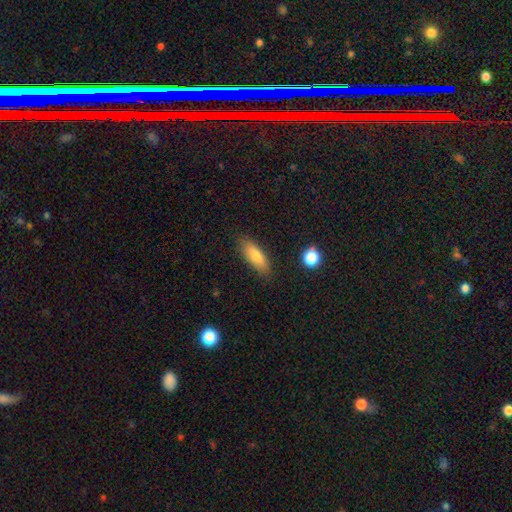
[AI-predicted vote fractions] Overall: smooth (78%). How rounded: in between (59%; cigar-shaped 39%). Merging: none (84%).